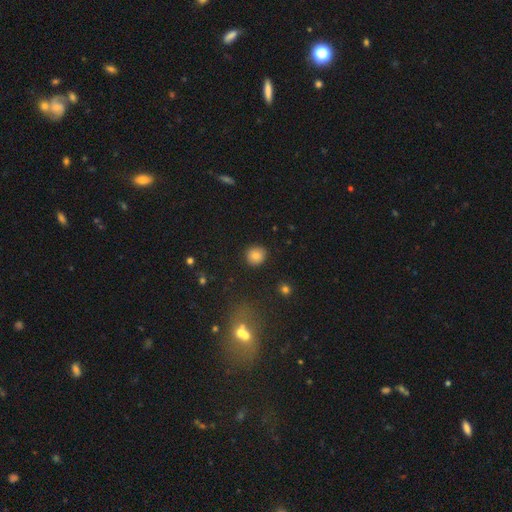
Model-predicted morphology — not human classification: This is clearly a smooth galaxy (81%). How rounded: clearly round (90%). Merging: clearly none (90%).